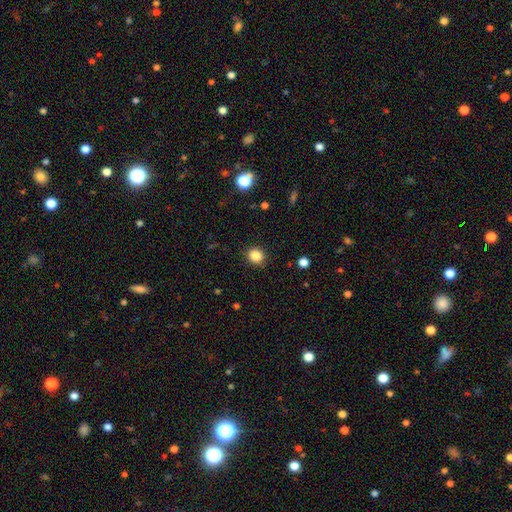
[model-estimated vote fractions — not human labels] This appears to be a smooth galaxy with no disk features (85%) that is round (76%). Merging: none (89%).